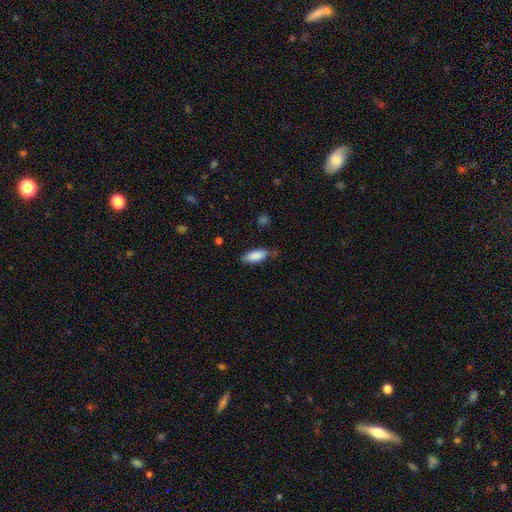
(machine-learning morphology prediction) Smooth or featured?
  - smooth: 85% *
  - featured or disk: 9%
  - star or artifact: 6%
How rounded?
  - in between: 71% *
  - cigar-shaped: 27%
  - round: 2%
Merging?
  - none: 68% *
  - minor disturbance: 24%
  - major disturbance: 5%
  - merger: 3%